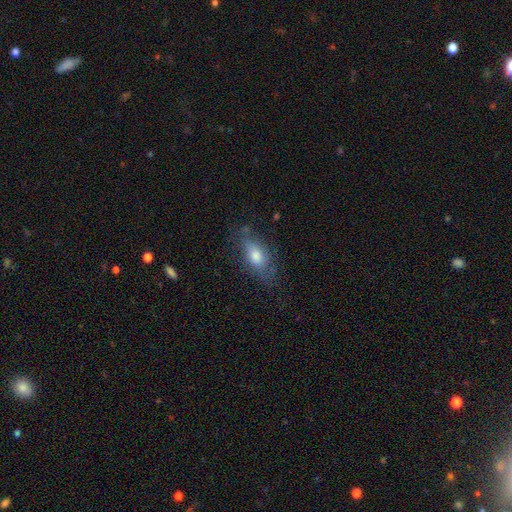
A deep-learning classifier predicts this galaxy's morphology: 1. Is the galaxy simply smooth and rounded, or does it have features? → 65% smooth, 26% featured or disk, 9% star or artifact.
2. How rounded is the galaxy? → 80% in between, 13% cigar-shaped, 7% round.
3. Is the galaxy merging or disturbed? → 66% none, 23% minor disturbance, 9% major disturbance, 2% merger.